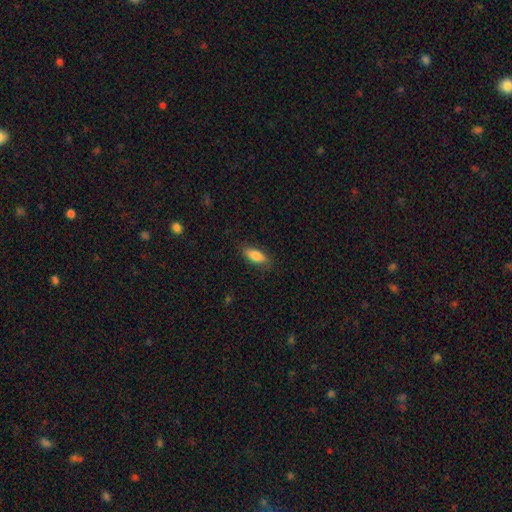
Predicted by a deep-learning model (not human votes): Smooth or featured?
  - smooth: 82% *
  - featured or disk: 12%
  - star or artifact: 7%
How rounded?
  - in between: 77% *
  - cigar-shaped: 21%
  - round: 2%
Merging?
  - none: 83% *
  - minor disturbance: 13%
  - major disturbance: 3%
  - merger: 1%